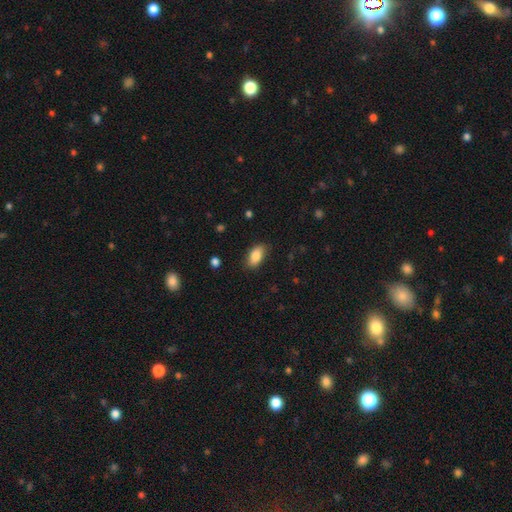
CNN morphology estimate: Smooth or featured? Predicted: smooth (p=0.86). How rounded? Predicted: in between (p=0.92). Merging? Predicted: none (p=0.82).